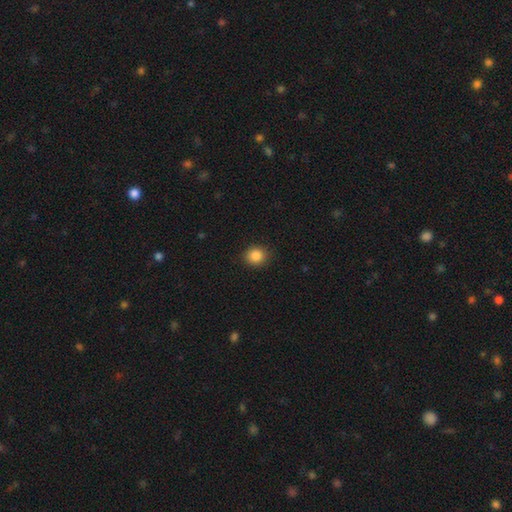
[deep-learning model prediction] Morphology: type=smooth (87%); roundness=round (82%); merging=none (89%).